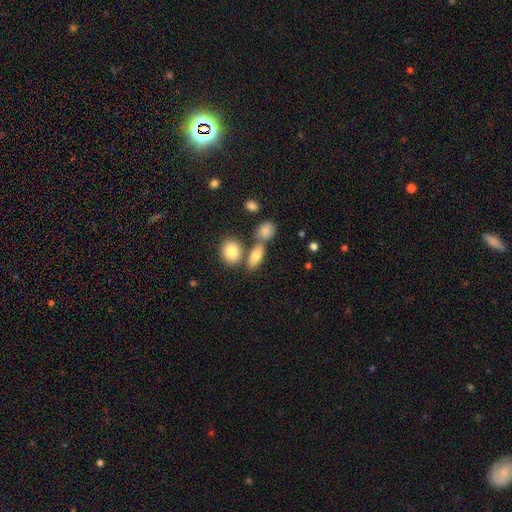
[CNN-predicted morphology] type=smooth (79%); roundness=in between (73%); merging=none (58%).